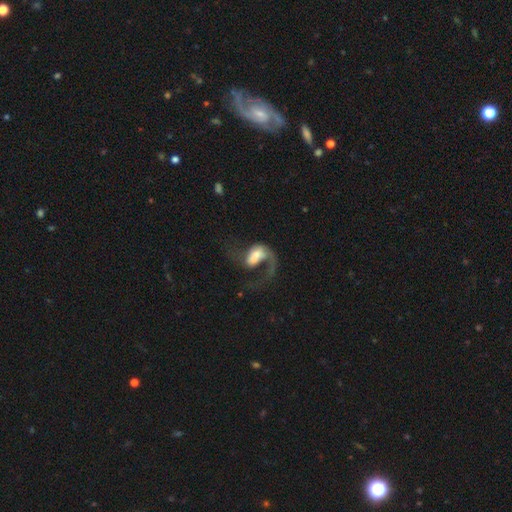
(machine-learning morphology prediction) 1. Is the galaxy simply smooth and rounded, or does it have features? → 67% featured or disk, 25% smooth, 8% star or artifact.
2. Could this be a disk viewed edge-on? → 97% no, 3% yes.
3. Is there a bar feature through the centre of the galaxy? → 47% no, 35% weak, 18% strong.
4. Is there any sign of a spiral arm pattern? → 84% yes, 16% no.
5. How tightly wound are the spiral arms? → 71% loose, 23% medium, 5% tight.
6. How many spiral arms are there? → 67% 1, 27% 2, 3% can't tell, 1% 3, 1% 4, 1% more than 4.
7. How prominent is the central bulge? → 31% moderate, 28% large, 20% small, 13% none, 8% dominant.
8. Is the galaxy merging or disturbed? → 53% major disturbance, 26% none, 12% minor disturbance, 9% merger.